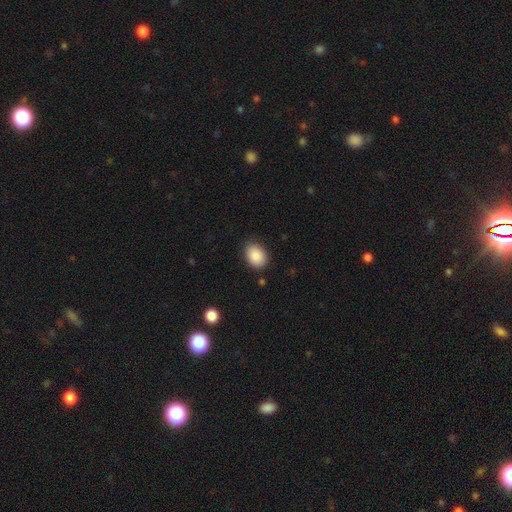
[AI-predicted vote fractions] A smooth galaxy with no disk features (89%) that is in between round and cigar-shaped (70%). Merging: none (84%).